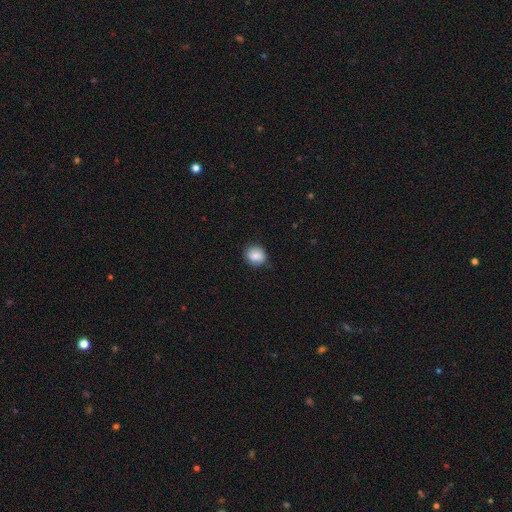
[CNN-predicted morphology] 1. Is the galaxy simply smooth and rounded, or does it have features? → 84% smooth, 8% star or artifact, 7% featured or disk.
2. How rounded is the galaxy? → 70% round, 29% in between, 1% cigar-shaped.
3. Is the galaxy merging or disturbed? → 78% none, 18% minor disturbance, 3% major disturbance, 1% merger.